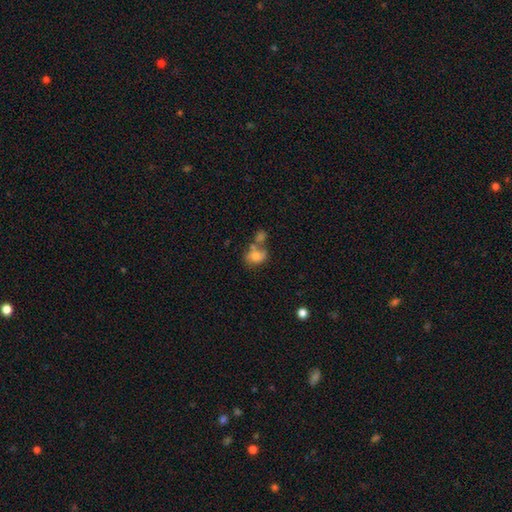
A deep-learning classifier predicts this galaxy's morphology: This appears to be a smooth galaxy with no disk features (67%) that is in between round and cigar-shaped (60%). Merging: merger (43%).